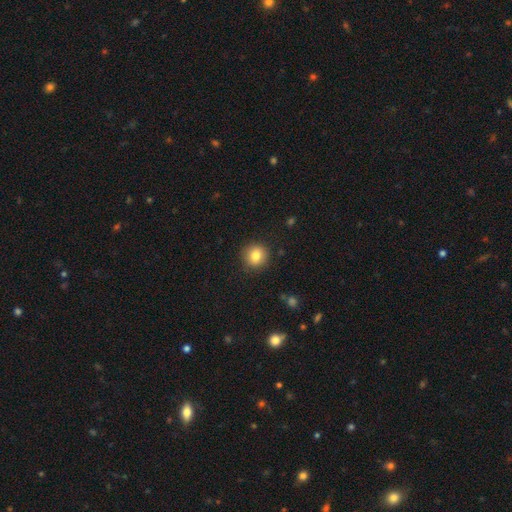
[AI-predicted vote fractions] Smooth or featured? Predicted: smooth (p=0.82). How rounded? Predicted: round (p=0.91). Merging? Predicted: none (p=0.89).